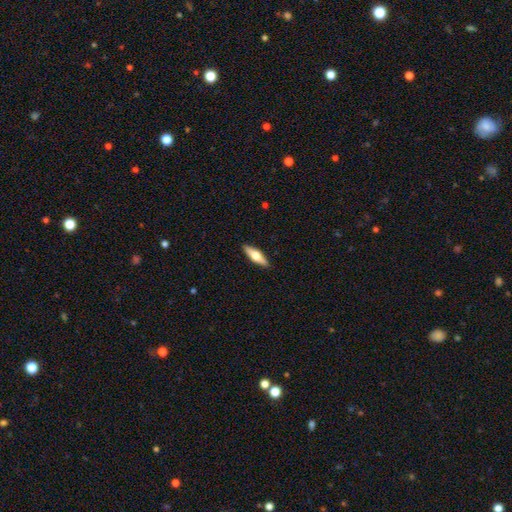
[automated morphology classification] This is possibly a smooth galaxy (50%). Merging: clearly none (90%).